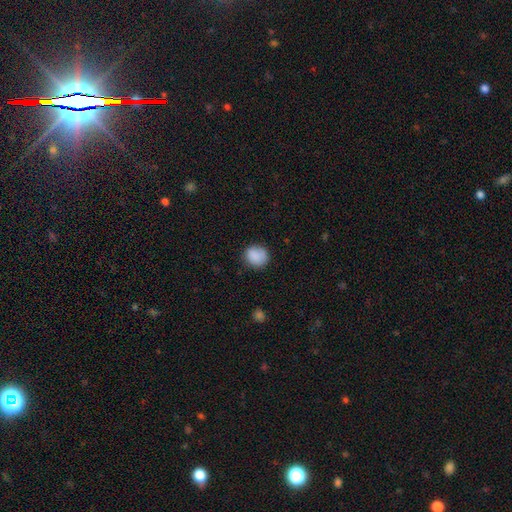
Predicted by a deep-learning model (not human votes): This is clearly a smooth galaxy (87%). How rounded: clearly round (81%). Merging: clearly none (81%).